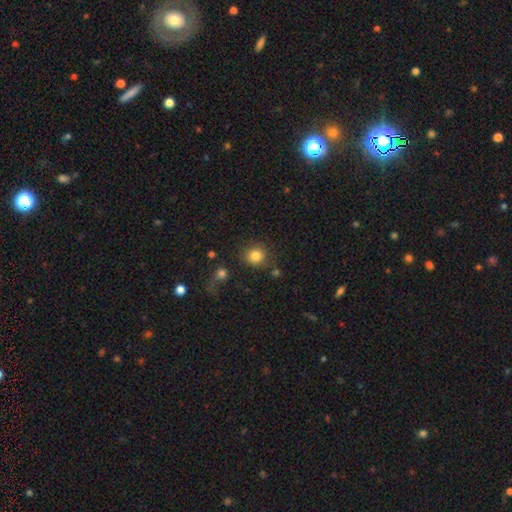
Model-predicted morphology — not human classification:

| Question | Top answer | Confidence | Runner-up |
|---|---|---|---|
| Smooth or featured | smooth | 83% | star or artifact (11%) |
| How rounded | round | 88% | in between (11%) |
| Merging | none | 80% | minor disturbance (10%) |